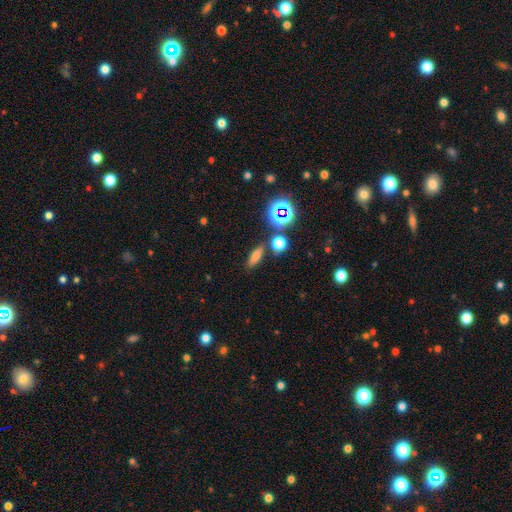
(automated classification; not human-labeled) The model was most divided on "how rounded": in between: 45%, cigar-shaped: 41%, round: 14%. More confident: merging — none (80%); smooth or featured — smooth (66%).